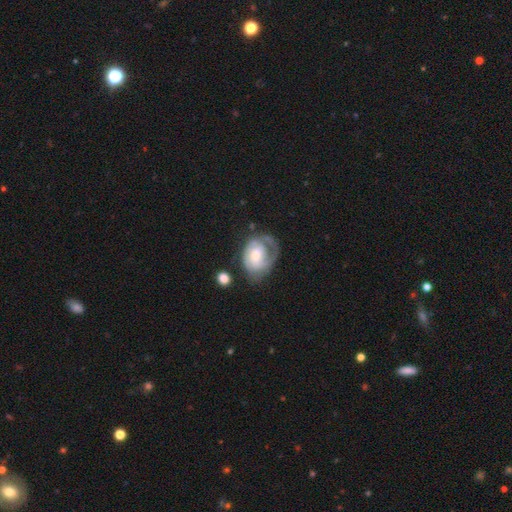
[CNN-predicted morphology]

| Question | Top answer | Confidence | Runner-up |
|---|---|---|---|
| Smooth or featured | featured or disk | 68% | smooth (26%) |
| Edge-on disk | no | 97% | yes (3%) |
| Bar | no | 64% | weak (30%) |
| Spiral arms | yes | 78% | no (22%) |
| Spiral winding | tight | 52% | medium (33%) |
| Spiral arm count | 1 | 33% | 2 (30%) |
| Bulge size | moderate | 47% | small (42%) |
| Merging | none | 40% | major disturbance (29%) |